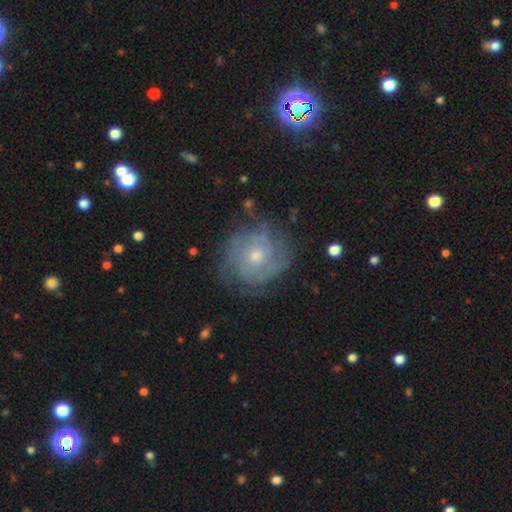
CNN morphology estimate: type=featured or disk (76%); edge-on=no (97%); bar=no (82%); spiral arms=yes (87%); winding=tight (65%); arm count=can't tell (44%); bulge=small (51%); merging=none (74%).